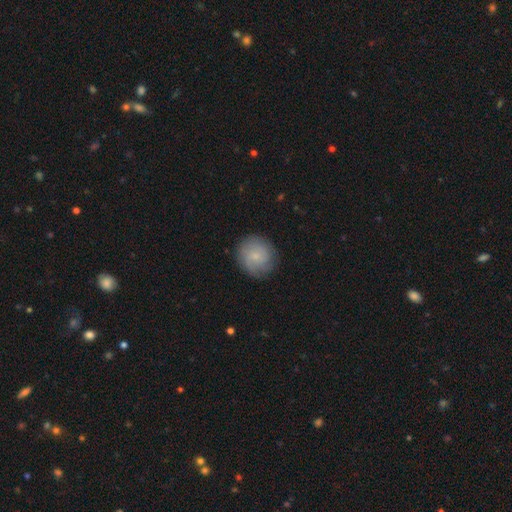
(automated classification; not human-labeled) The model was most divided on "smooth or featured": smooth: 66%, featured or disk: 26%, star or artifact: 8%. More confident: how rounded — round (89%); merging — none (82%).